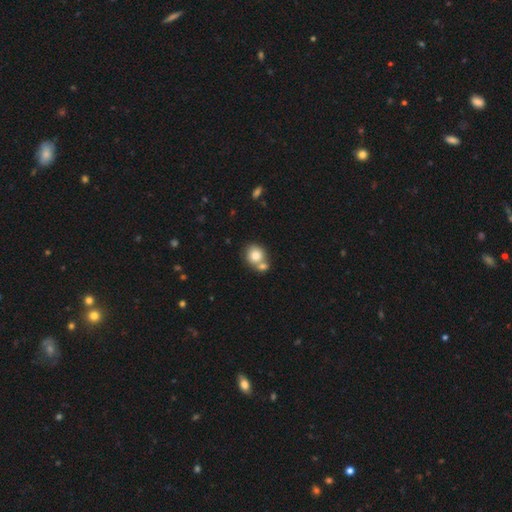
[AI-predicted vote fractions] This appears to be a smooth galaxy with no disk features (81%) that is round (80%). Merging: merger (44%, tied with none).